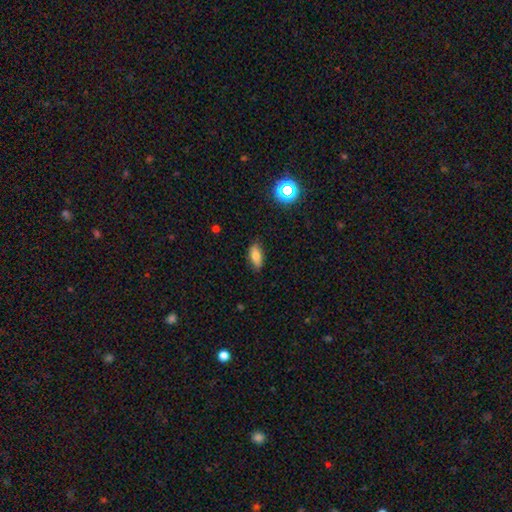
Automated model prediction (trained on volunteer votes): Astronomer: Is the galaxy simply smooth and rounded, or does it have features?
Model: smooth — 75%.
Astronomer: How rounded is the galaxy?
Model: in between — 80%.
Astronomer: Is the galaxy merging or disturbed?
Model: none — 83%.